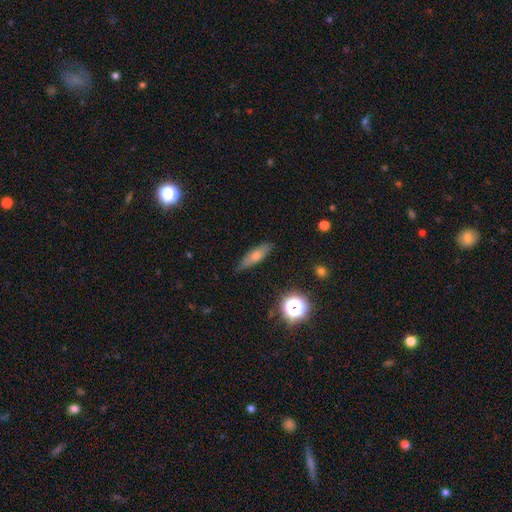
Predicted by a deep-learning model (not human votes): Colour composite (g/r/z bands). It shows a smooth galaxy with no disk features (55%) that is cigar-shaped (57%). Merging: none (80%).